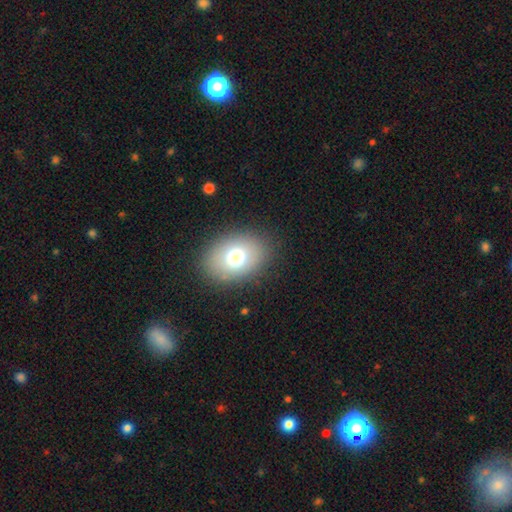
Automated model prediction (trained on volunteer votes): This is likely a smooth galaxy (73%). How rounded: likely in between (69%). Merging: clearly none (87%).